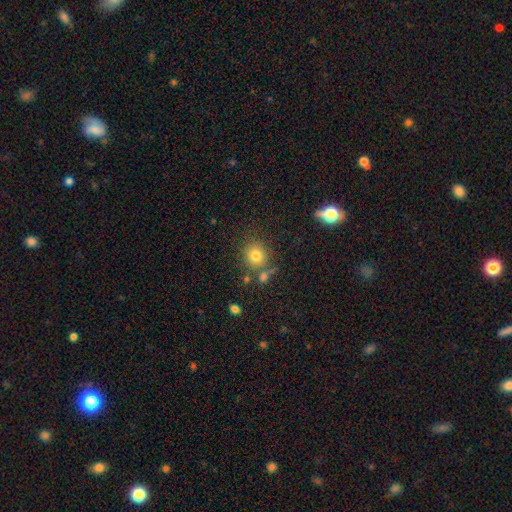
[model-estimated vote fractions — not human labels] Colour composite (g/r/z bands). It shows a smooth galaxy with no disk features (79%) that is round (87%). Merging: none (73%).